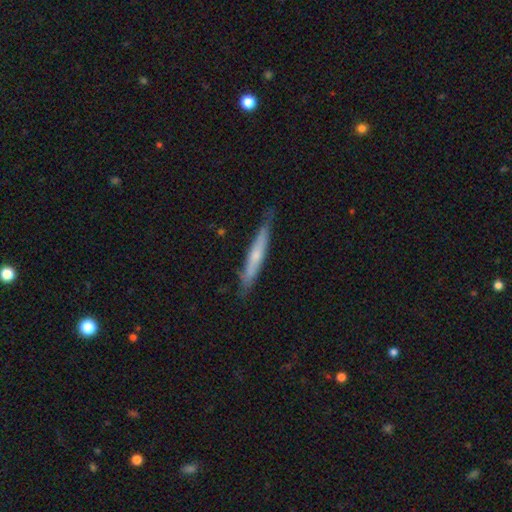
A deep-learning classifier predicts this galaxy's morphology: Smooth or featured: featured or disk — 48% (smooth — 46%)
Merging: none — 78% (minor disturbance — 17%)